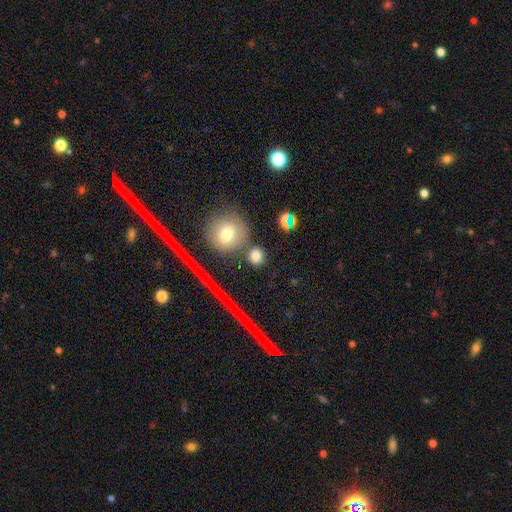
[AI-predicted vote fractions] Overall: smooth (78%). How rounded: round (83%). Merging: none (78%).